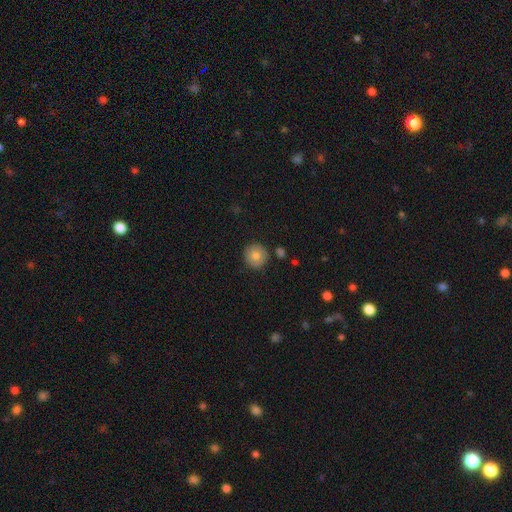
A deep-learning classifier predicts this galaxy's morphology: Overall: smooth (76%). How rounded: round (94%). Merging: none (88%).